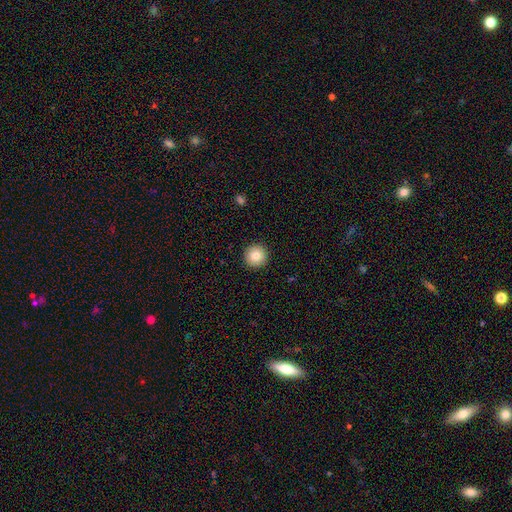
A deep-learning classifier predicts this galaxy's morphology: Smooth or featured? smooth (84%)
How rounded? round (96%)
Merging? none (93%)